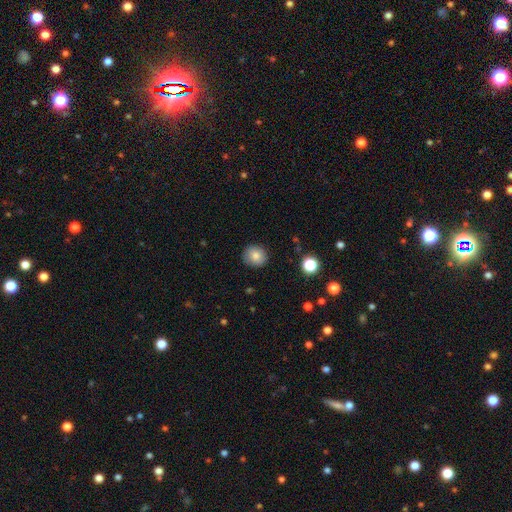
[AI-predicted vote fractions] This is clearly a smooth galaxy (82%). How rounded: clearly round (85%). Merging: clearly none (88%).